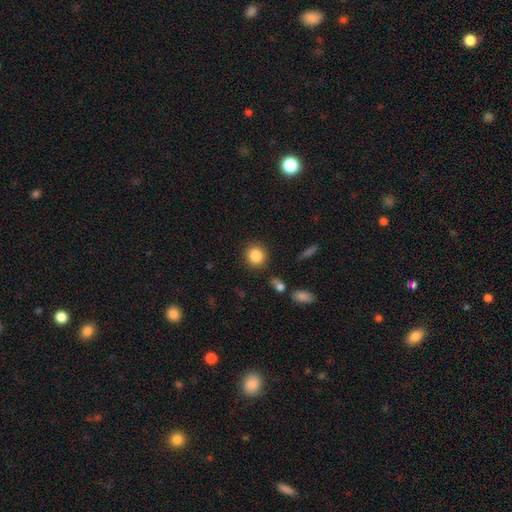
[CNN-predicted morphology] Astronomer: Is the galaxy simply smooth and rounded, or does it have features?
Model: smooth — 85%.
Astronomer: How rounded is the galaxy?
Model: round — 87%.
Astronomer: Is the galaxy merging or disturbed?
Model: none — 88%.